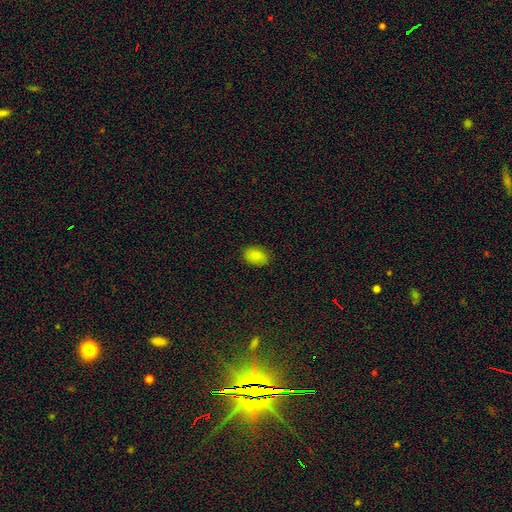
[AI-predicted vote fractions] This is clearly a smooth galaxy (85%). How rounded: clearly in between (83%). Merging: clearly none (87%).